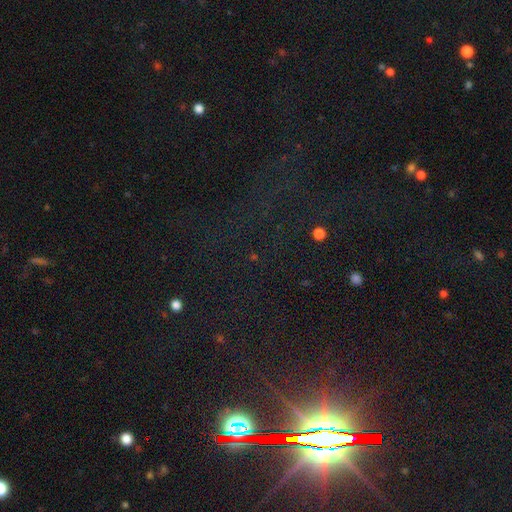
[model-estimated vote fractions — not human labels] smooth-or-featured: star or artifact: 81% | featured or disk: 10% | smooth: 9%